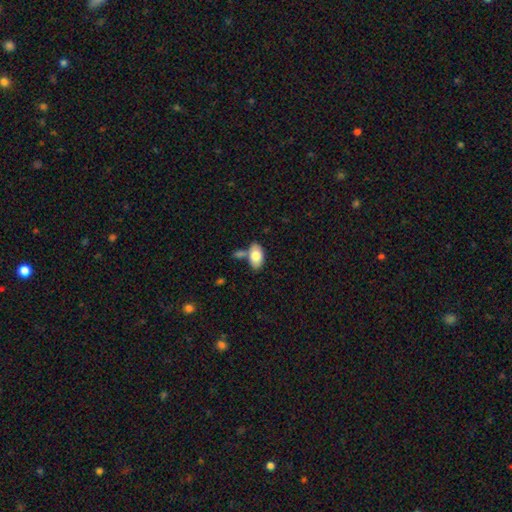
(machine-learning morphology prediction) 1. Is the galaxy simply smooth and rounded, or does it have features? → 81% smooth, 13% featured or disk, 6% star or artifact.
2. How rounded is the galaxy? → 94% in between, 4% round, 2% cigar-shaped.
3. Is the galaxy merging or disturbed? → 62% none, 19% merger, 15% minor disturbance, 4% major disturbance.